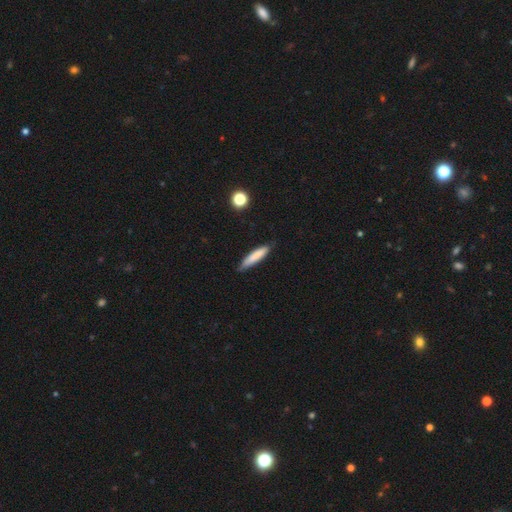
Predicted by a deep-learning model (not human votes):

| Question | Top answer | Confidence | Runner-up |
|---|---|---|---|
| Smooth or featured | smooth | 81% | featured or disk (13%) |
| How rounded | cigar-shaped | 84% | in between (14%) |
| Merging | none | 78% | minor disturbance (18%) |